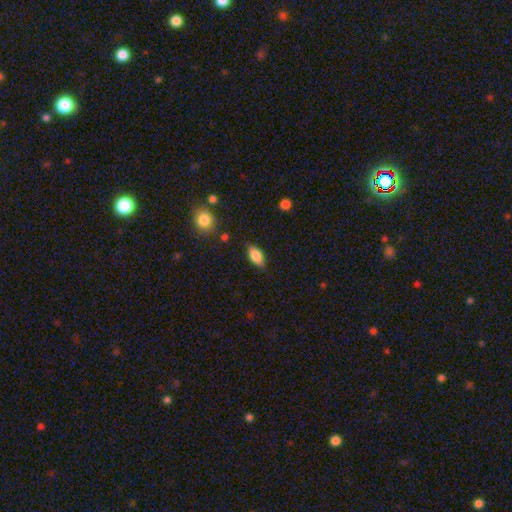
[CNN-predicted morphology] Q: Smooth or featured?
A: smooth (78%); runner-up: featured or disk (15%)
Q: How rounded?
A: in between (86%); runner-up: cigar-shaped (9%)
Q: Merging?
A: none (81%); runner-up: minor disturbance (15%)